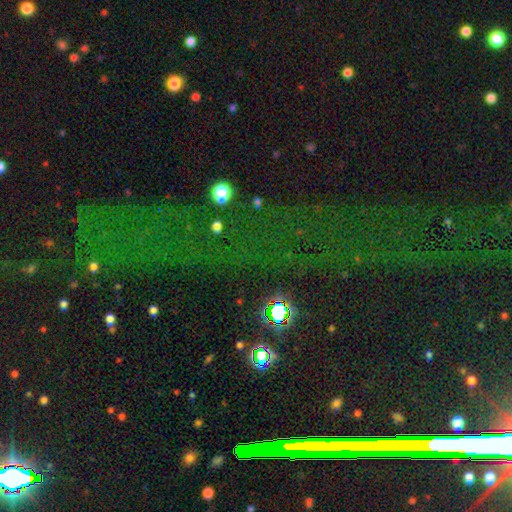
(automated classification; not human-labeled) Smooth or featured? star or artifact (74%)